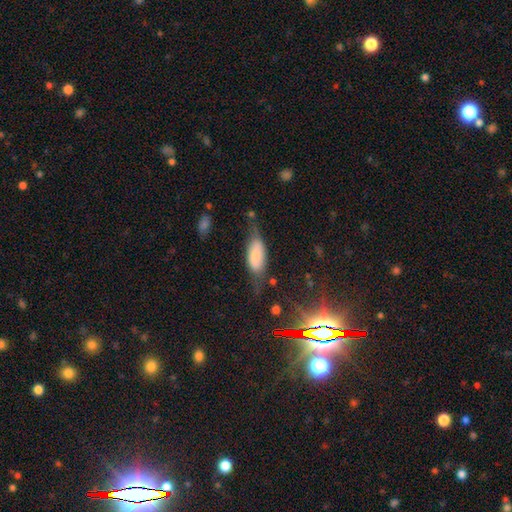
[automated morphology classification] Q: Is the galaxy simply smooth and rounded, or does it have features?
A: smooth — 62%.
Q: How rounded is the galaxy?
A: in between — 78%.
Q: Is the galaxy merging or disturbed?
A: none — 43%.